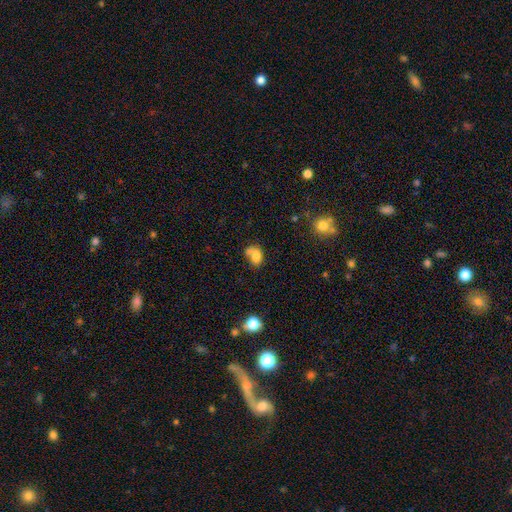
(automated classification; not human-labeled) Smooth or featured?
  - smooth: 72% *
  - featured or disk: 15%
  - star or artifact: 13%
How rounded?
  - in between: 69% *
  - round: 29%
  - cigar-shaped: 2%
Merging?
  - merger: 40% *
  - none: 30%
  - minor disturbance: 16%
  - major disturbance: 13%